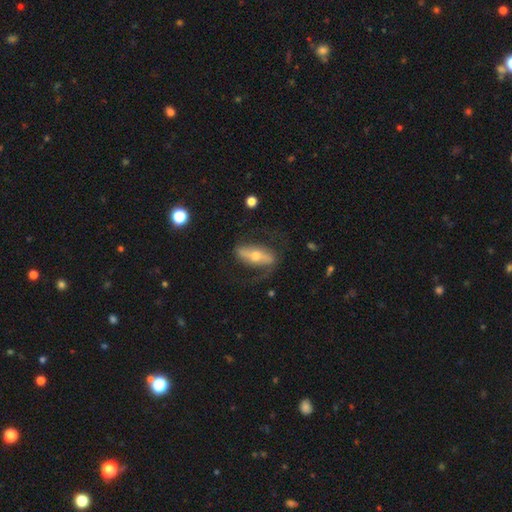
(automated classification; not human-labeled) Smooth or featured? Predicted: featured or disk (p=0.68). Edge-on disk? Predicted: no (p=0.73). Merging? Predicted: none (p=0.66).